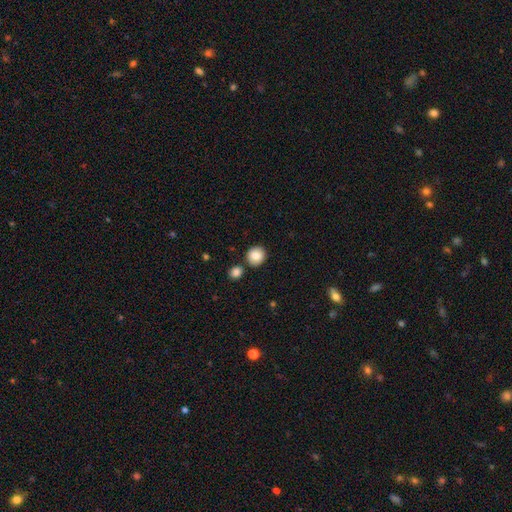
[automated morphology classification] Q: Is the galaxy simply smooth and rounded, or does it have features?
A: smooth — 86%.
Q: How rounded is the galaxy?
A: round — 82%.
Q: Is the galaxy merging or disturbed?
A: none — 80%.